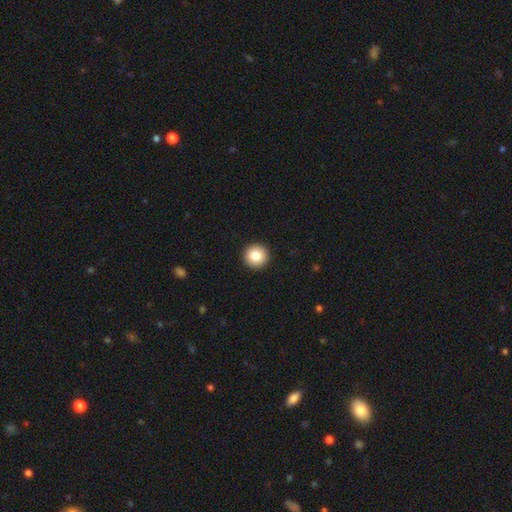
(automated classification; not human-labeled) smooth_or_featured: smooth (p=0.84) [alt: star or artifact p=0.09]
how_rounded: round (p=0.96) [alt: in between p=0.04]
merging: none (p=0.94) [alt: minor disturbance p=0.04]